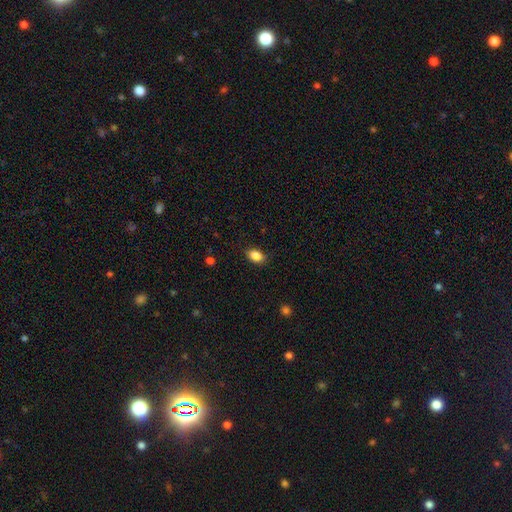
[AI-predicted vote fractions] Smooth or featured? Predicted: smooth (p=0.87). How rounded? Predicted: in between (p=0.85). Merging? Predicted: none (p=0.85).